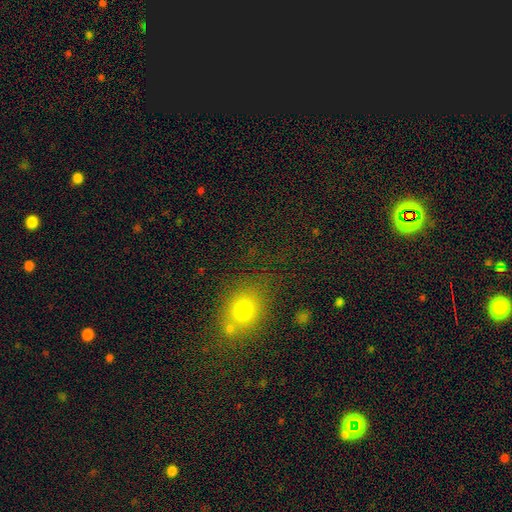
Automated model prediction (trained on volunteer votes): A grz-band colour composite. It shows a smooth galaxy with no disk features (58%) that is round (69%). Merging: none (74%).